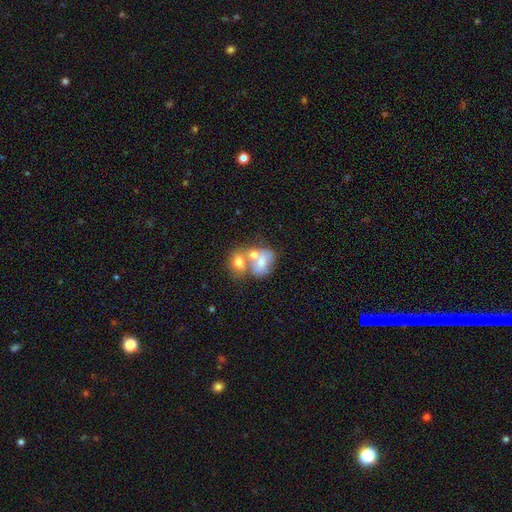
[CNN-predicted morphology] smooth 49%, featured or disk 39%, star or artifact 13%. Down the decision tree: merging — merger (68%).